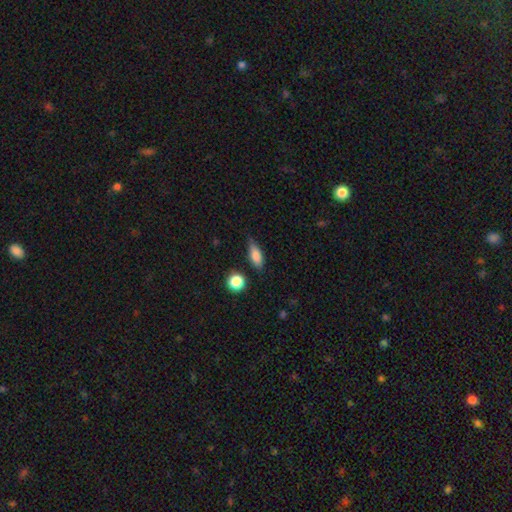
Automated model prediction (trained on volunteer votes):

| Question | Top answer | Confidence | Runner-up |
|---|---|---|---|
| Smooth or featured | smooth | 77% | featured or disk (14%) |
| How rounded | in between | 68% | cigar-shaped (26%) |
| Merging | none | 68% | minor disturbance (24%) |